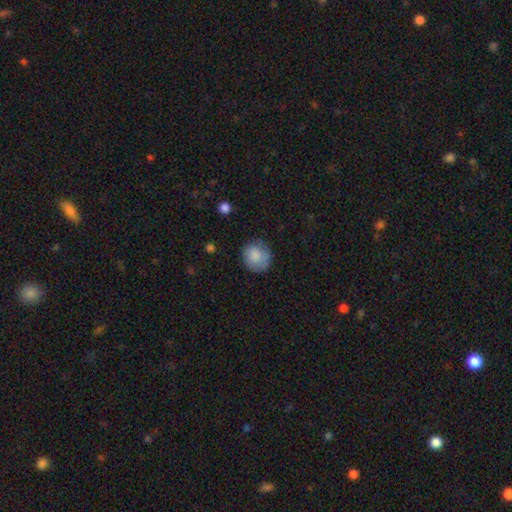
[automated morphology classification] Smooth or featured? smooth (83%)
How rounded? round (83%)
Merging? none (71%)